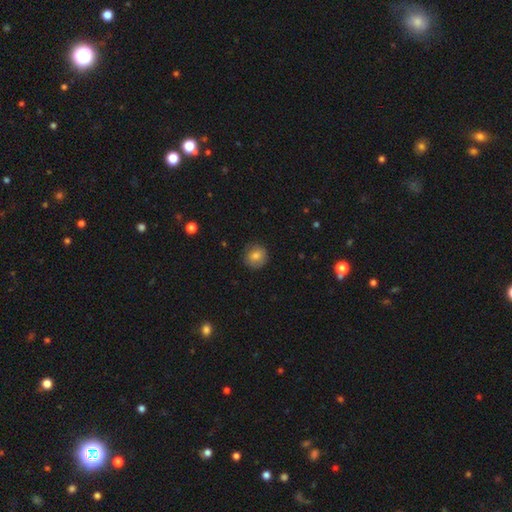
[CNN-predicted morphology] smooth_or_featured: smooth (p=0.81) [alt: featured or disk p=0.10]
how_rounded: round (p=0.87) [alt: in between p=0.12]
merging: none (p=0.86) [alt: minor disturbance p=0.11]